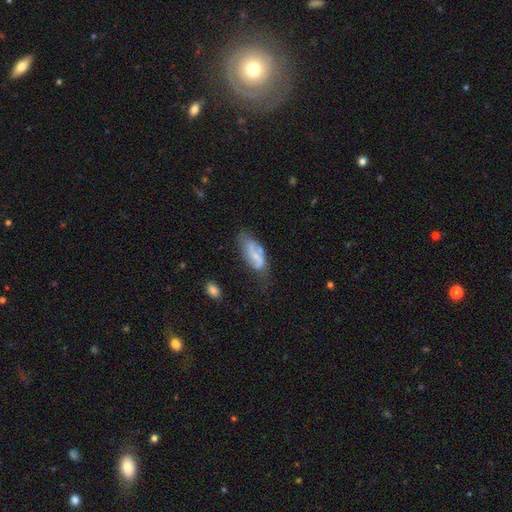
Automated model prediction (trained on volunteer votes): Smooth or featured? Predicted: featured or disk (p=0.55). Edge-on disk? Predicted: no (p=0.91). Bar? Predicted: weak (p=0.41). Spiral arms? Predicted: yes (p=0.70). Bulge size? Predicted: small (p=0.51). Merging? Predicted: none (p=0.47).